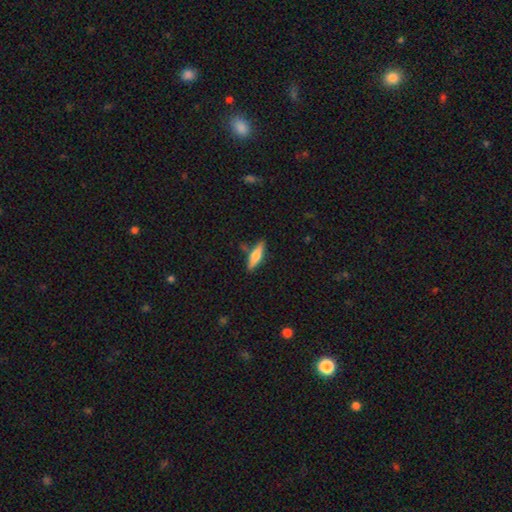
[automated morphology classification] Q: Smooth or featured?
A: smooth (56%); runner-up: featured or disk (38%)
Q: How rounded?
A: cigar-shaped (66%); runner-up: in between (32%)
Q: Merging?
A: none (83%); runner-up: minor disturbance (11%)